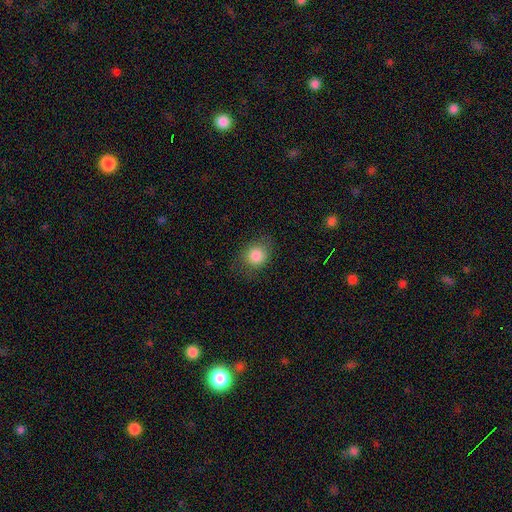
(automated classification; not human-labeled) Morphology: type=smooth (84%); roundness=round (71%); merging=none (75%).